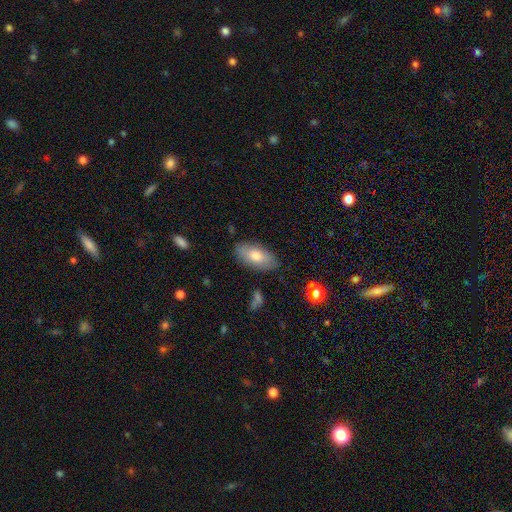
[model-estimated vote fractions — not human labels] smooth_or_featured: smooth (p=0.74) [alt: featured or disk p=0.20]
how_rounded: in between (p=0.92) [alt: cigar-shaped p=0.05]
merging: none (p=0.82) [alt: minor disturbance p=0.13]